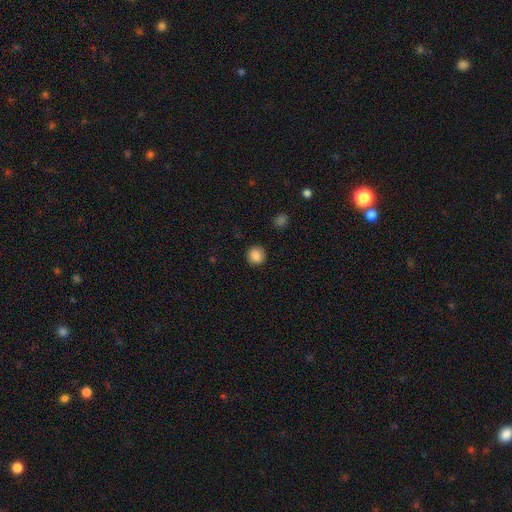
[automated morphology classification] This is clearly a smooth galaxy (84%). How rounded: clearly round (90%). Merging: clearly none (91%).